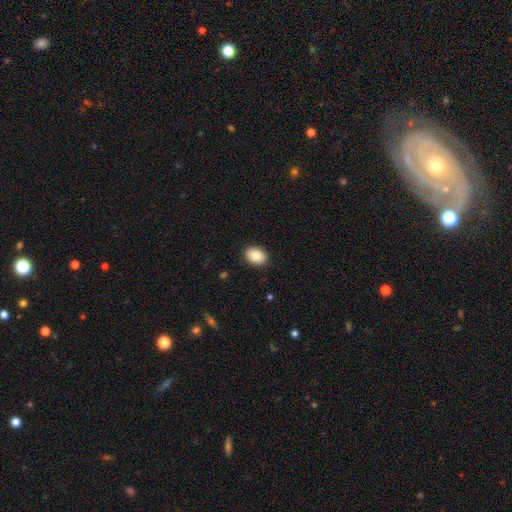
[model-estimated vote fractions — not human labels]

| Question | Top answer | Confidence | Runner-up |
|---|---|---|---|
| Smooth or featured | smooth | 89% | star or artifact (7%) |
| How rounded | in between | 80% | round (19%) |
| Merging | none | 89% | minor disturbance (8%) |